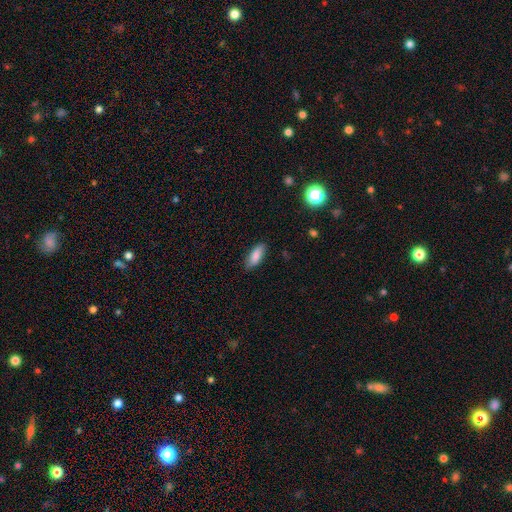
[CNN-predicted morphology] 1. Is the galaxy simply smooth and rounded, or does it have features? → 84% smooth, 9% featured or disk, 7% star or artifact.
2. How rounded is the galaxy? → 76% in between, 22% cigar-shaped, 2% round.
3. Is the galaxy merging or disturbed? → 84% none, 12% minor disturbance, 2% major disturbance, 1% merger.